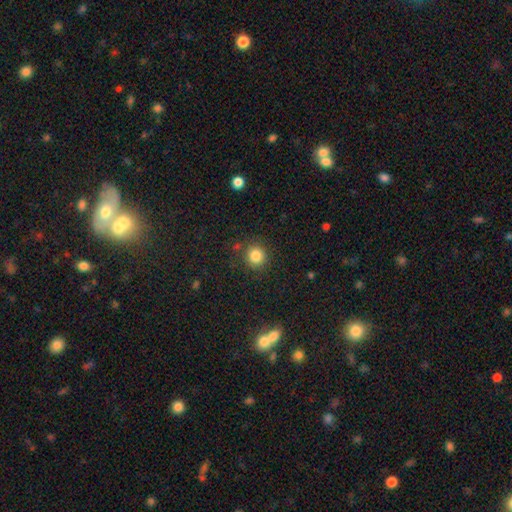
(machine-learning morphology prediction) Smooth or featured? smooth (84%)
How rounded? round (90%)
Merging? none (85%)